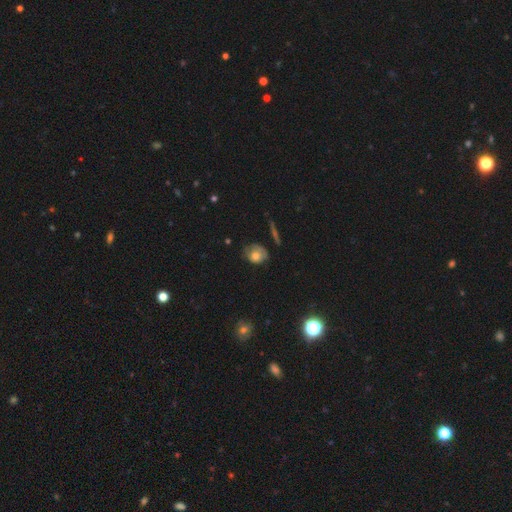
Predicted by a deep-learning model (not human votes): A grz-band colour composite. It shows a smooth galaxy with no disk features (63%) that is round (57%). Merging: none (47%).